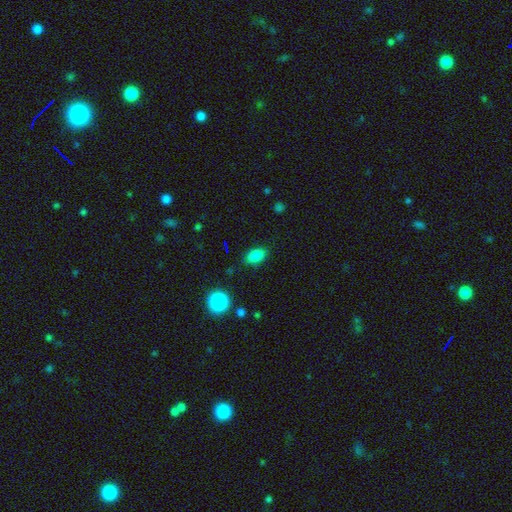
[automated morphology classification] smooth 82%, star or artifact 11%, featured or disk 6%. Down the decision tree: how rounded — in between (85%); merging — none (84%).